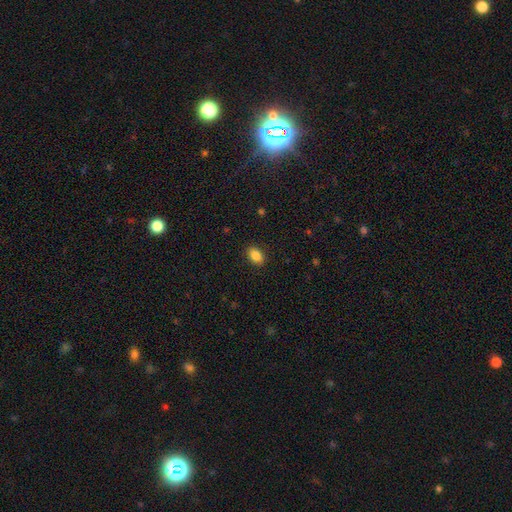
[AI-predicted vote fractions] Smooth or featured? Predicted: smooth (p=0.87). How rounded? Predicted: in between (p=0.83). Merging? Predicted: none (p=0.90).